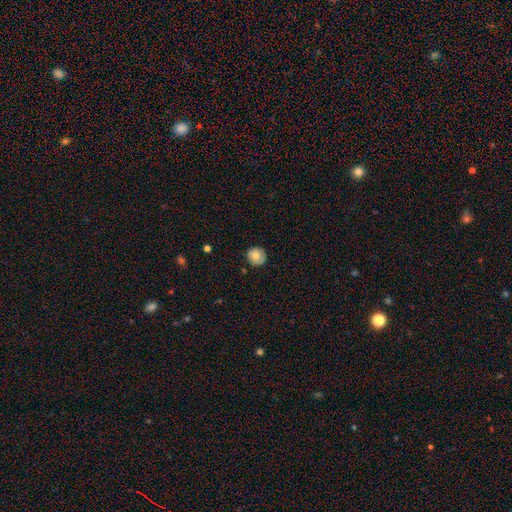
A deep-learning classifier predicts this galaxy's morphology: Smooth or featured? Predicted: smooth (p=0.78). How rounded? Predicted: round (p=0.91). Merging? Predicted: none (p=0.83).